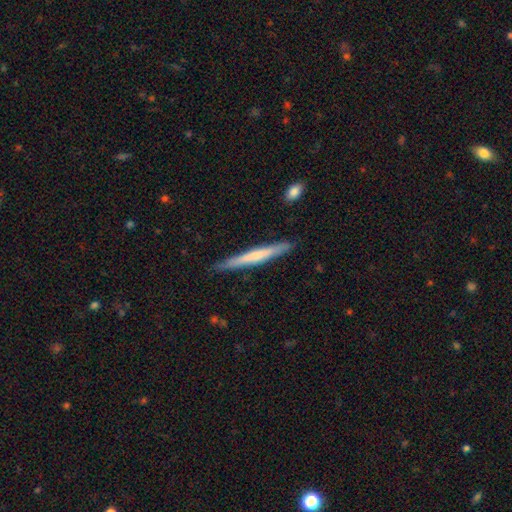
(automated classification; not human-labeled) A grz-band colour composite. It shows a smooth galaxy with no disk features (53%) that is cigar-shaped (96%). Merging: none (88%).